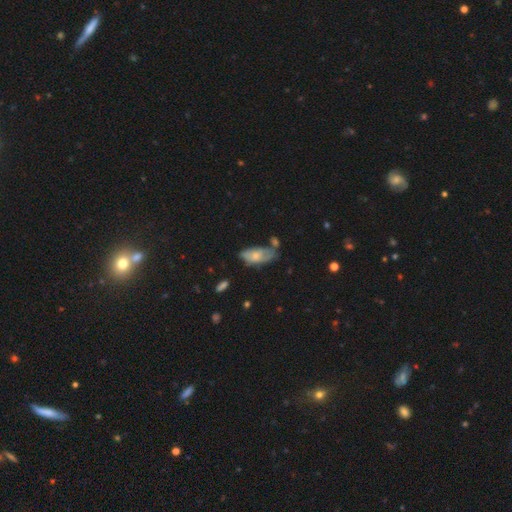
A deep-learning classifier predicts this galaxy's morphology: Q: Smooth or featured?
A: smooth (54%); runner-up: featured or disk (39%)
Q: How rounded?
A: in between (89%); runner-up: cigar-shaped (7%)
Q: Merging?
A: none (36%); runner-up: minor disturbance (35%)